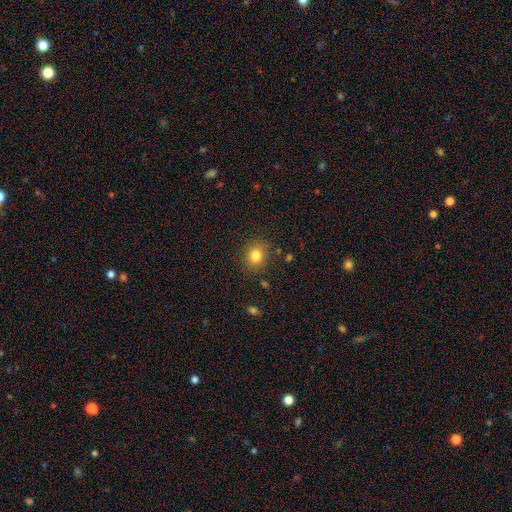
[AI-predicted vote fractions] smooth_or_featured: smooth (p=0.81) [alt: star or artifact p=0.12]
how_rounded: round (p=0.73) [alt: in between p=0.26]
merging: none (p=0.85) [alt: minor disturbance p=0.10]